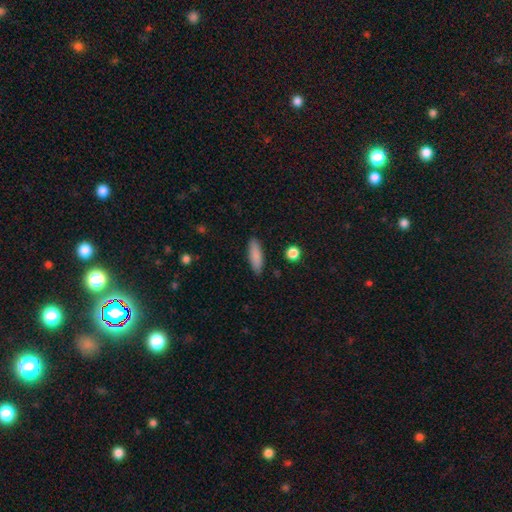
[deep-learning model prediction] A smooth galaxy with no disk features (86%) that is cigar-shaped (55%).

Vote fractions:
- Smooth or featured? smooth: 86% / featured or disk: 7% / star or artifact: 7%
- How rounded? cigar-shaped: 55% / in between: 43% / round: 2%
- Merging? none: 87% / minor disturbance: 10% / major disturbance: 2% / merger: 1%